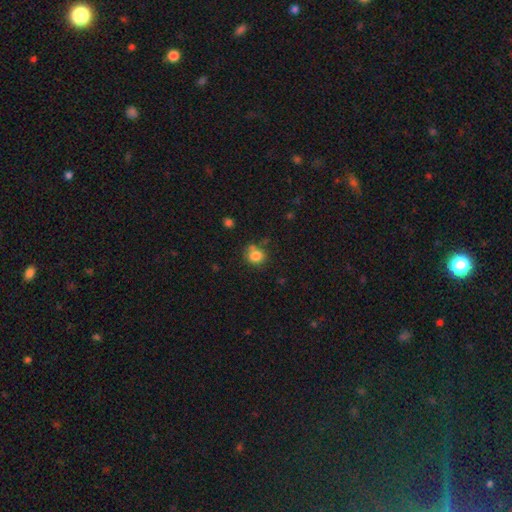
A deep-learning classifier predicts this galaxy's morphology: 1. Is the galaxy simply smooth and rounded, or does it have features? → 82% smooth, 11% star or artifact, 7% featured or disk.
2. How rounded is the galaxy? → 80% round, 19% in between, 1% cigar-shaped.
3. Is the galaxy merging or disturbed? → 63% none, 17% minor disturbance, 14% merger, 5% major disturbance.